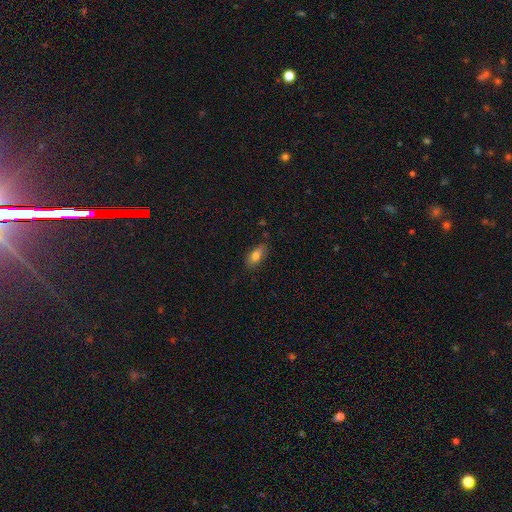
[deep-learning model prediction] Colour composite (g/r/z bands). It shows a smooth galaxy with no disk features (77%) that is in between round and cigar-shaped (83%). Merging: none (79%).